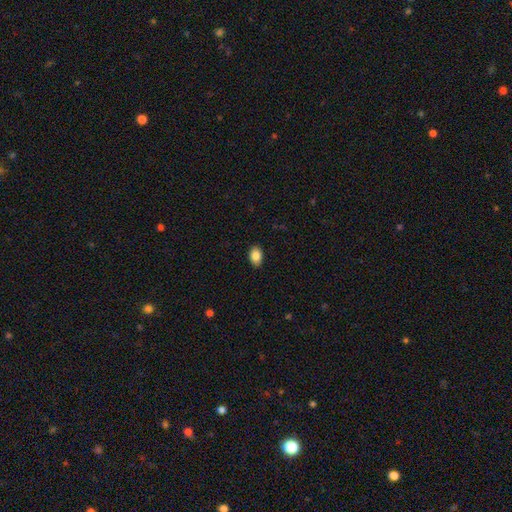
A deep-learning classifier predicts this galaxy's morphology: Smooth or featured: smooth — 86% (star or artifact — 8%)
How rounded: in between — 82% (round — 17%)
Merging: none — 89% (minor disturbance — 8%)